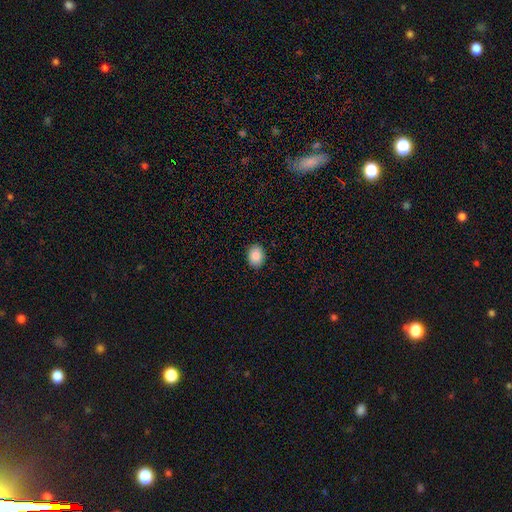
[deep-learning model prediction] Morphology: type=smooth (87%); roundness=in between (60%); merging=none (90%).